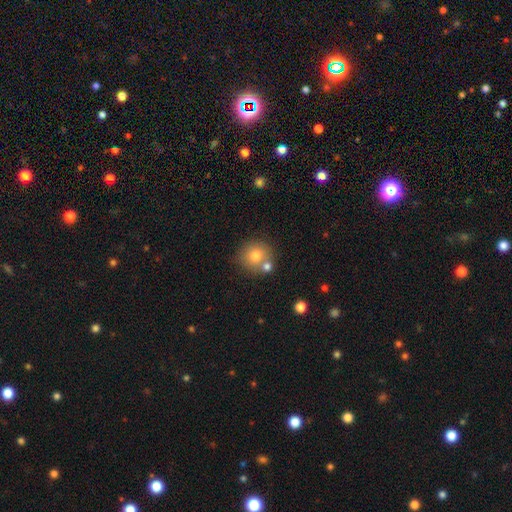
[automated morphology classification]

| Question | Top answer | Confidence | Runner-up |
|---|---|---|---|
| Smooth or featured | smooth | 77% | featured or disk (13%) |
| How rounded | round | 89% | in between (10%) |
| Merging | none | 64% | merger (22%) |